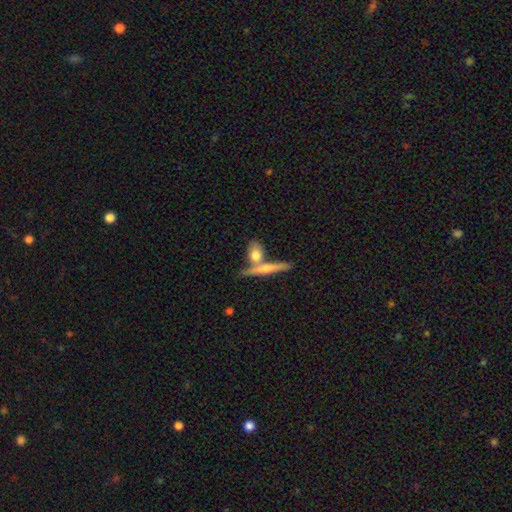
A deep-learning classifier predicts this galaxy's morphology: The model was most divided on "smooth or featured": smooth: 54%, featured or disk: 38%, star or artifact: 7%. More confident: merging — none (57%); how rounded — cigar-shaped (50%).